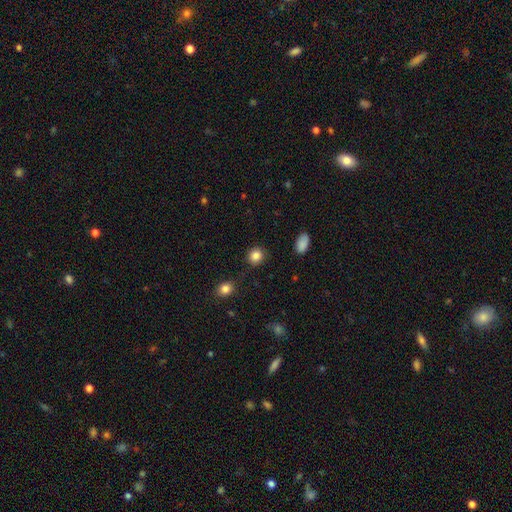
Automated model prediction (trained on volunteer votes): Smooth or featured? Predicted: smooth (p=0.86). How rounded? Predicted: round (p=0.86). Merging? Predicted: none (p=0.87).